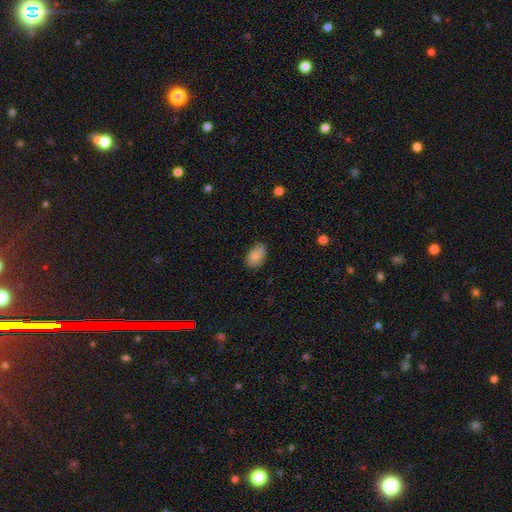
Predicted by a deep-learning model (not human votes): smooth-or-featured: smooth: 82% | featured or disk: 10% | star or artifact: 8%
  how-rounded: in between: 87% | round: 12% | cigar-shaped: 1%
  merging: none: 69% | minor disturbance: 24% | major disturbance: 5% | merger: 1%